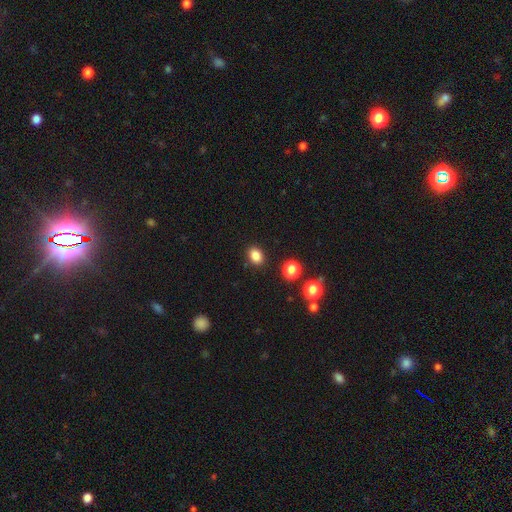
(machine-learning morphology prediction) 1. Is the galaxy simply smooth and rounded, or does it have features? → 85% smooth, 11% star or artifact, 4% featured or disk.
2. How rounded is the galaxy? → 63% in between, 36% round, 1% cigar-shaped.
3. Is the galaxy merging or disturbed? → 88% none, 8% minor disturbance, 2% major disturbance, 2% merger.